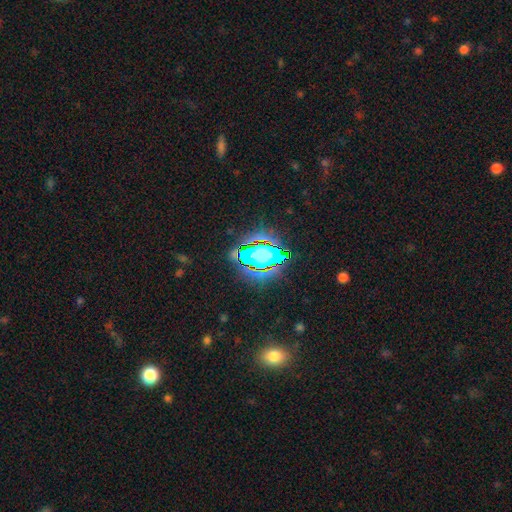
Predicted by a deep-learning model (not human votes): Overall: star or artifact (55%; smooth 27%).